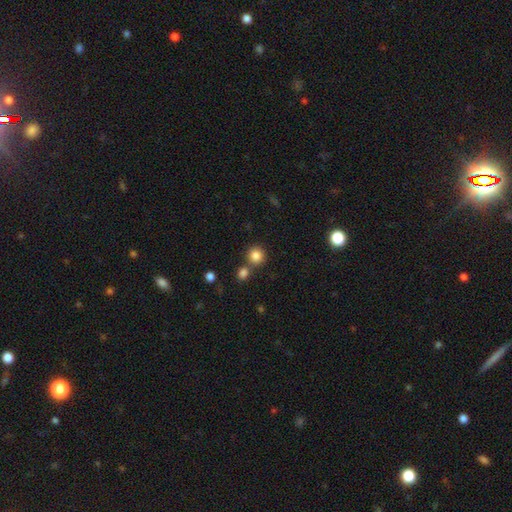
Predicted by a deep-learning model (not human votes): Smooth or featured? Predicted: smooth (p=0.84). How rounded? Predicted: round (p=0.91). Merging? Predicted: none (p=0.69).